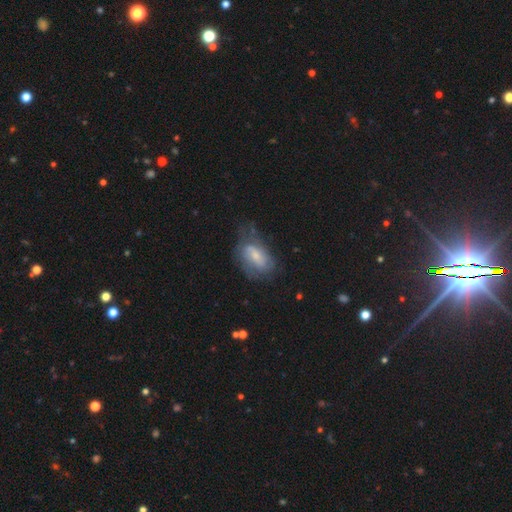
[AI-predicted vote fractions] Morphology: type=featured or disk (48%); merging=none (46%).